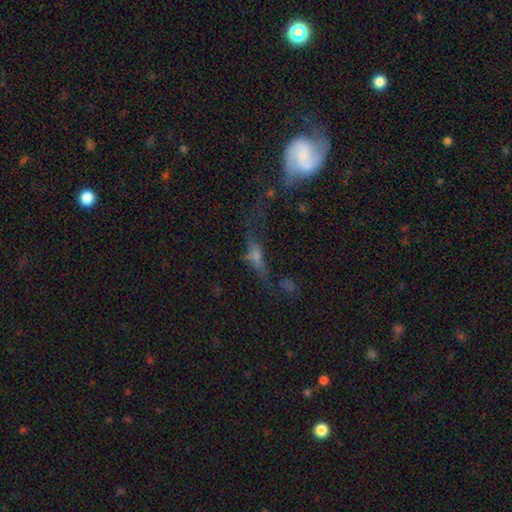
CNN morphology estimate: This is marginally a featured or disk galaxy (40%). Merging: marginally none (42%).